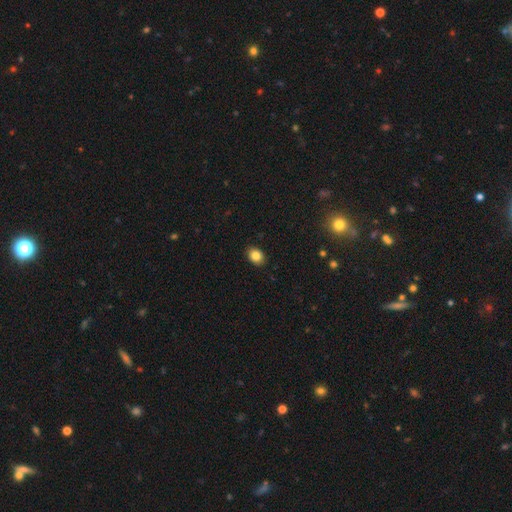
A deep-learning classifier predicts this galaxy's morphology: Overall: smooth (84%). How rounded: in between (62%; round 37%). Merging: none (89%).